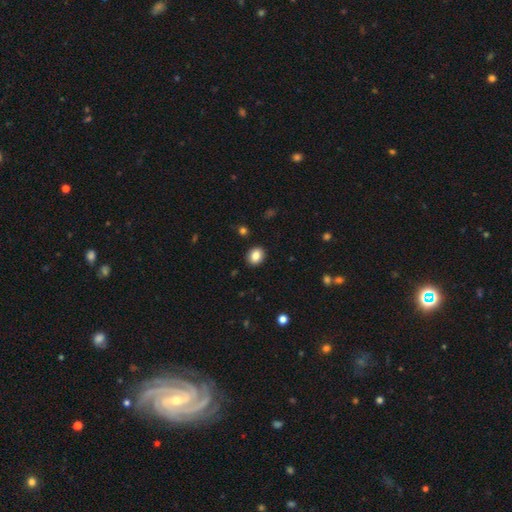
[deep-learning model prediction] This appears to be a smooth galaxy with no disk features (85%) that is round (55%). Merging: none (91%).